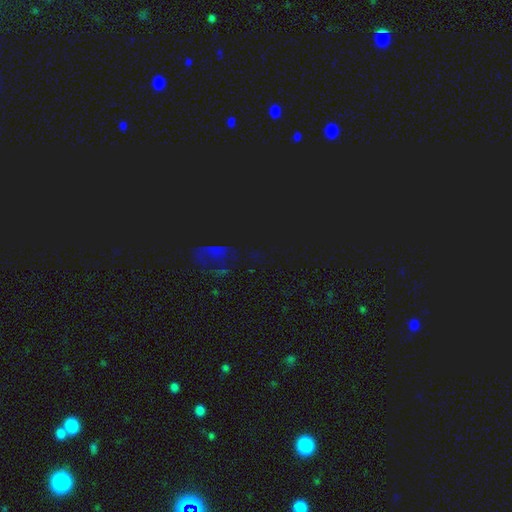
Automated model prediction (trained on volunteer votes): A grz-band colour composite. It shows a star or artifact, not a galaxy (76%).